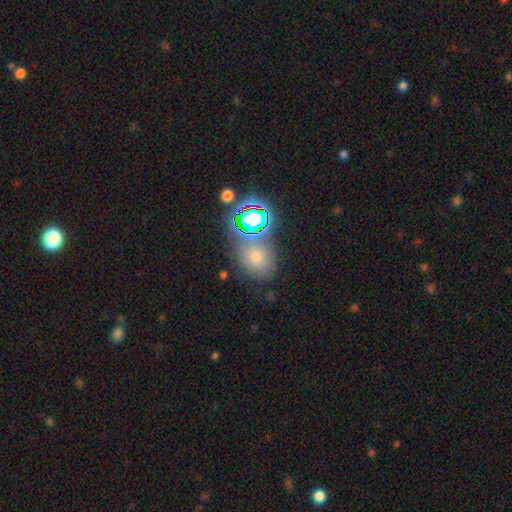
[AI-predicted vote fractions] Smooth or featured? Predicted: smooth (p=0.62). How rounded? Predicted: round (p=0.55). Merging? Predicted: none (p=0.69).